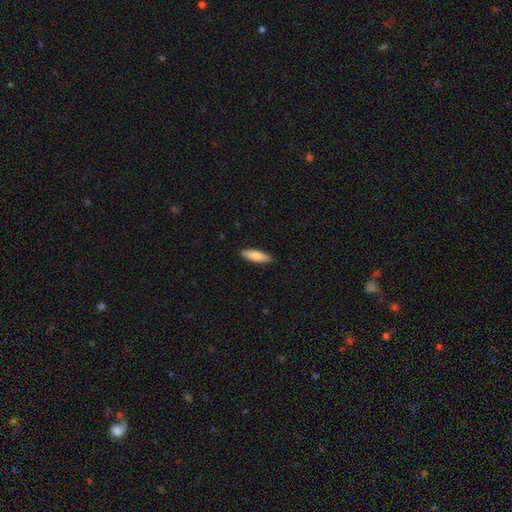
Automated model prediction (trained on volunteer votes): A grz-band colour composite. It shows a smooth galaxy with no disk features (86%) that is cigar-shaped (51%). Merging: none (90%).